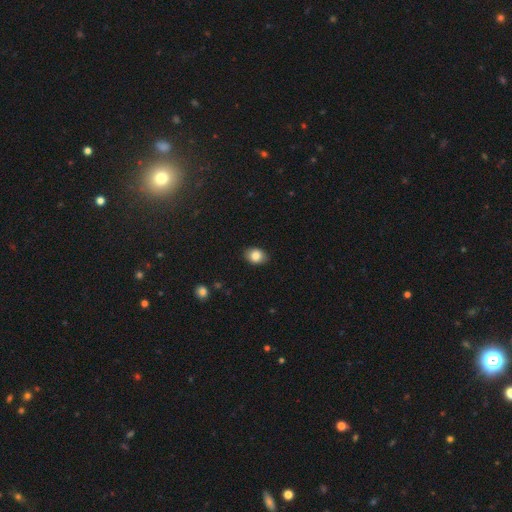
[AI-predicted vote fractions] Smooth or featured: smooth — 84% (star or artifact — 8%)
How rounded: in between — 66% (round — 32%)
Merging: none — 86% (minor disturbance — 11%)